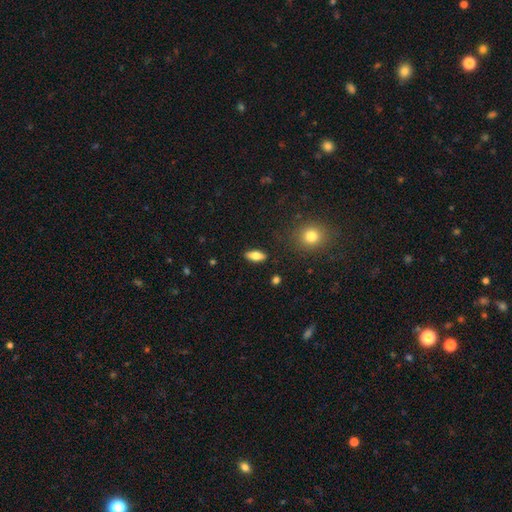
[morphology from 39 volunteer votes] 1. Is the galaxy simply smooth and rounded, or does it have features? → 54% smooth, 44% featured or disk, 3% star or artifact.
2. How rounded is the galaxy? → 86% in between, 10% cigar-shaped, 5% round.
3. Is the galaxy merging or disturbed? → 89% none, 8% minor disturbance, 3% merger, 0% major disturbance.